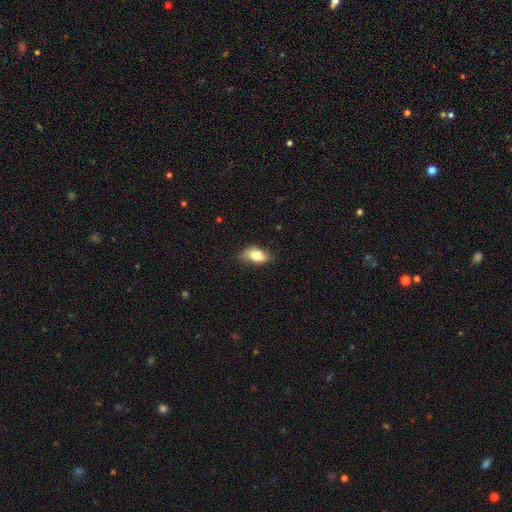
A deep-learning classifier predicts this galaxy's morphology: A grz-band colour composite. It shows a smooth galaxy with no disk features (75%) that is in between round and cigar-shaped (87%). Merging: none (64%).